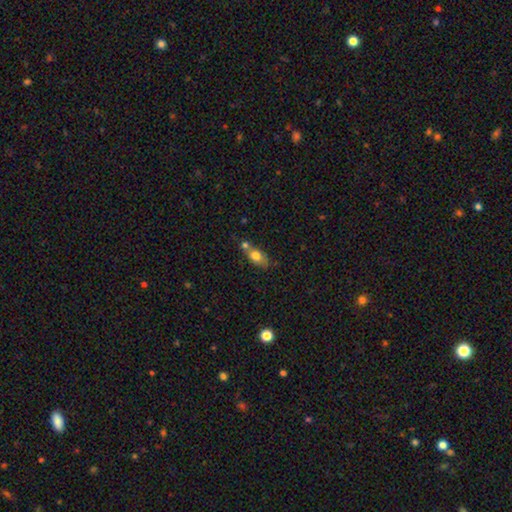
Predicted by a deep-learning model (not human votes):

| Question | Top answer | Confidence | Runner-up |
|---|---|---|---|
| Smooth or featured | smooth | 73% | featured or disk (18%) |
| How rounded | in between | 78% | round (14%) |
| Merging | merger | 42% | none (37%) |